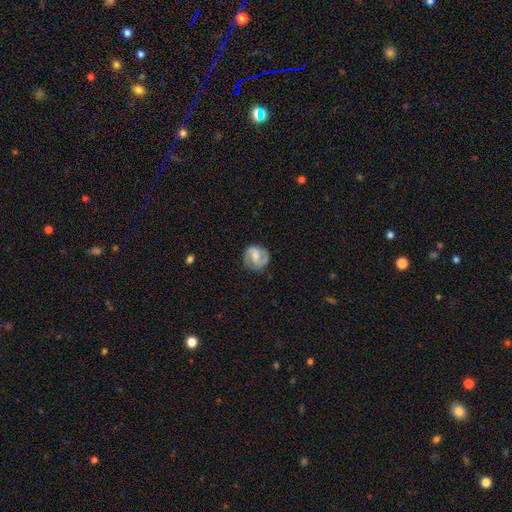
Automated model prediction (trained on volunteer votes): smooth-or-featured: featured or disk: 66% | smooth: 27% | star or artifact: 7%
  disk-edge-on: no: 98% | yes: 2%
    bar: weak: 48% | no: 32% | strong: 20%
    has-spiral-arms: yes: 89% | no: 11%
      spiral-winding: medium: 46% | tight: 37% | loose: 16%
      spiral-arm-count: 2: 83% | can't tell: 8% | 1: 5% | 3: 2% | 4: 1% | more than 4: 1%
    bulge-size: moderate: 33% | small: 25% | none: 24% | large: 15% | dominant: 2%
  merging: none: 78% | minor disturbance: 15% | major disturbance: 6% | merger: 1%